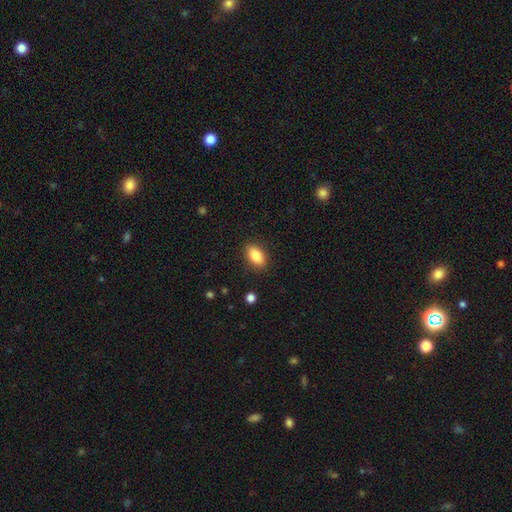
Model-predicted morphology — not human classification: smooth 87%, star or artifact 8%, featured or disk 6%. Down the decision tree: how rounded — in between (89%); merging — none (87%).